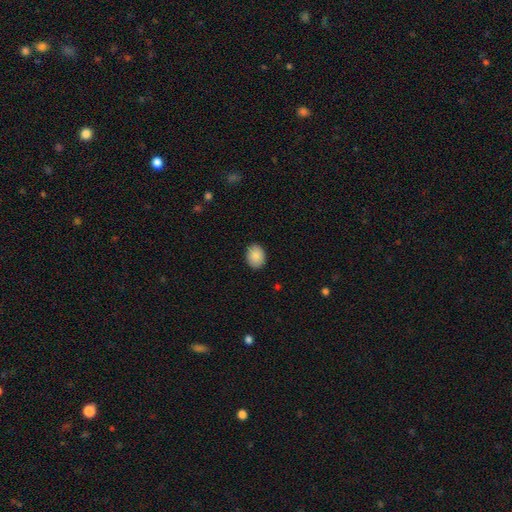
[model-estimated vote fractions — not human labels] smooth-or-featured: smooth: 88% | star or artifact: 7% | featured or disk: 5%
  how-rounded: in between: 59% | round: 40% | cigar-shaped: 1%
  merging: none: 89% | minor disturbance: 8% | major disturbance: 2% | merger: 1%